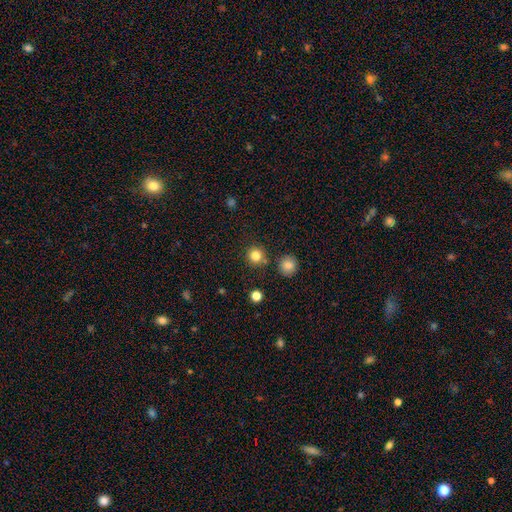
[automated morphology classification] Smooth or featured?
  - smooth: 82% *
  - star or artifact: 13%
  - featured or disk: 5%
How rounded?
  - round: 93% *
  - in between: 6%
  - cigar-shaped: 1%
Merging?
  - none: 84% *
  - minor disturbance: 7%
  - merger: 7%
  - major disturbance: 2%